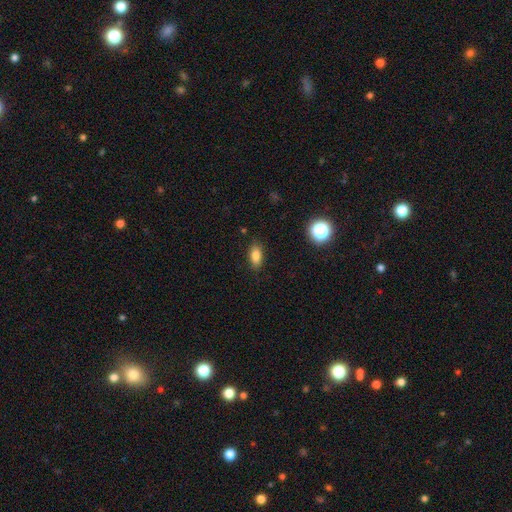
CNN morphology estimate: A smooth galaxy with no disk features (83%) that is in between round and cigar-shaped (86%).

Vote fractions:
- Smooth or featured? smooth: 83% / star or artifact: 10% / featured or disk: 7%
- How rounded? in between: 86% / cigar-shaped: 7% / round: 7%
- Merging? none: 87% / minor disturbance: 10% / major disturbance: 2% / merger: 1%